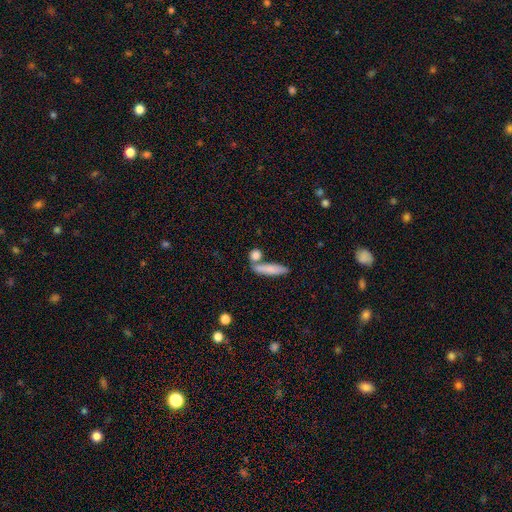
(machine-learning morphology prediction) Smooth or featured: smooth — 81% (featured or disk — 11%)
How rounded: cigar-shaped — 34% (tied with round — 34%)
Merging: none — 60% (merger — 25%)